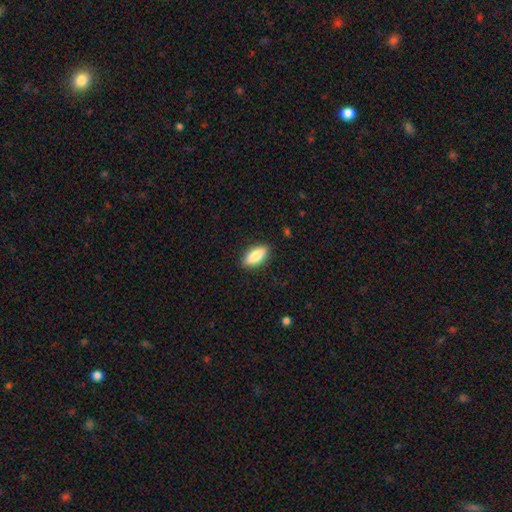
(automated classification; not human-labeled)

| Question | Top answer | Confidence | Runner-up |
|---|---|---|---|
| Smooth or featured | smooth | 80% | featured or disk (14%) |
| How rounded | in between | 74% | cigar-shaped (23%) |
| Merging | none | 88% | minor disturbance (9%) |